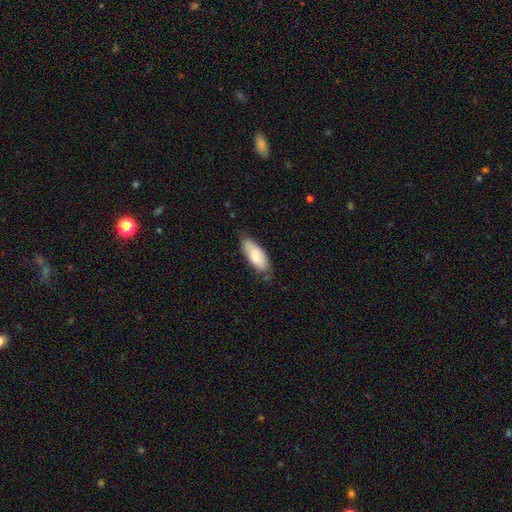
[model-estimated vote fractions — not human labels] smooth-or-featured: smooth: 81% | featured or disk: 13% | star or artifact: 6%
  how-rounded: in between: 79% | cigar-shaped: 20% | round: 2%
  merging: none: 66% | minor disturbance: 27% | major disturbance: 4% | merger: 2%